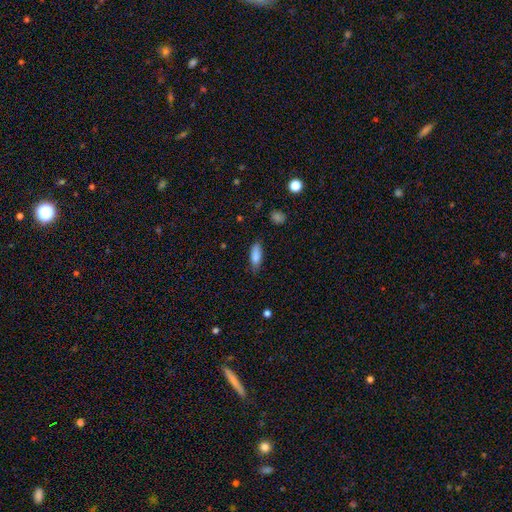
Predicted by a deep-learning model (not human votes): Smooth or featured? Predicted: smooth (p=0.84). How rounded? Predicted: in between (p=0.64). Merging? Predicted: none (p=0.77).